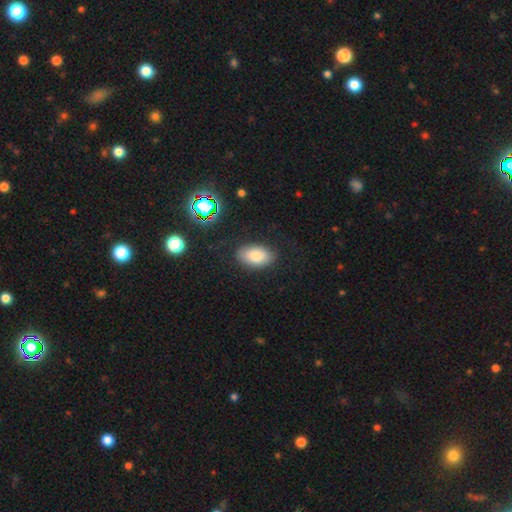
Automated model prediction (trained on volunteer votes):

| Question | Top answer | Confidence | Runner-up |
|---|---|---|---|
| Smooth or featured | smooth | 81% | star or artifact (10%) |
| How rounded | in between | 92% | round (6%) |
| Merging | none | 85% | minor disturbance (11%) |